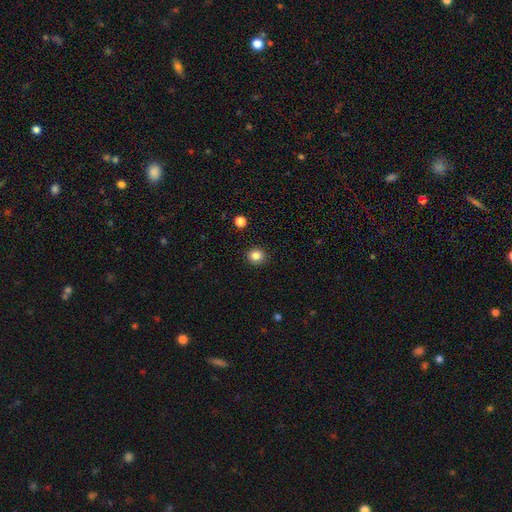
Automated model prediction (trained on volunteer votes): Smooth or featured? Predicted: smooth (p=0.85). How rounded? Predicted: round (p=0.88). Merging? Predicted: none (p=0.91).